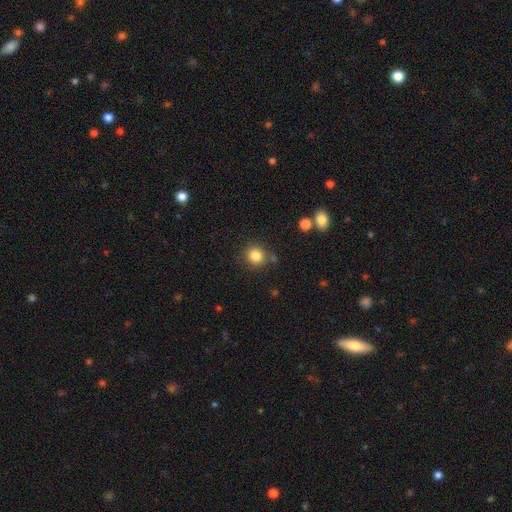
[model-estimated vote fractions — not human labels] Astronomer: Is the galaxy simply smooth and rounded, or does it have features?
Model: smooth — 84%.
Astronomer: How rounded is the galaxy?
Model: round — 88%.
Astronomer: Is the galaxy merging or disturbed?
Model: none — 81%.